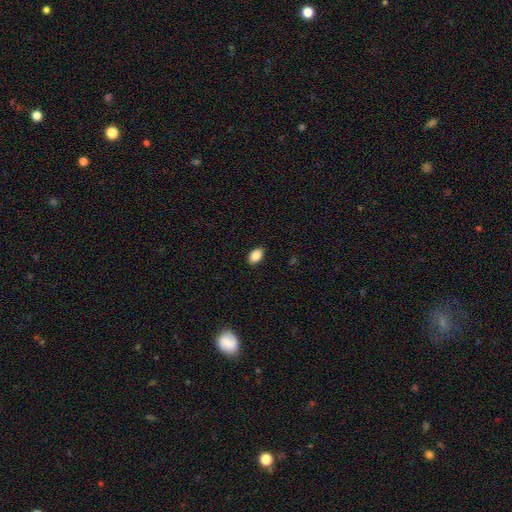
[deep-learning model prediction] Smooth or featured? smooth (87%)
How rounded? in between (91%)
Merging? none (89%)